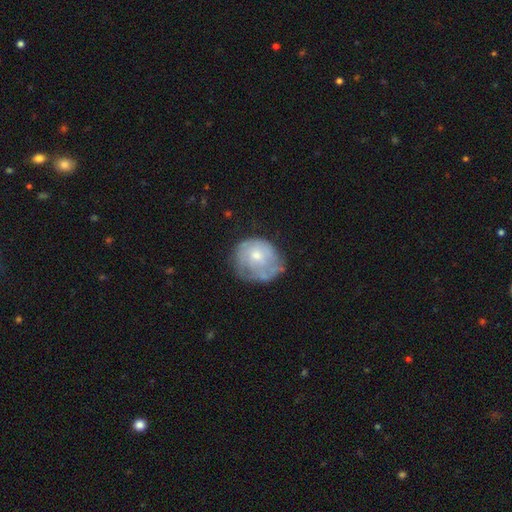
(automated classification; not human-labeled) smooth-or-featured: featured or disk: 50% | smooth: 43% | star or artifact: 7%
  merging: none: 53% | minor disturbance: 30% | major disturbance: 15% | merger: 3%